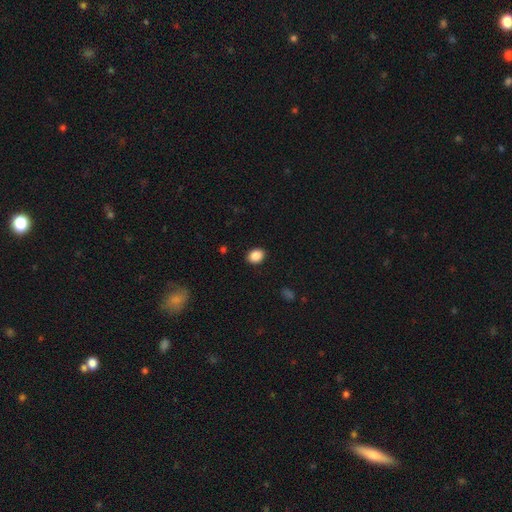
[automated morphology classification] Smooth or featured: smooth — 89% (star or artifact — 8%)
How rounded: in between — 57% (round — 43%)
Merging: none — 90% (minor disturbance — 7%)